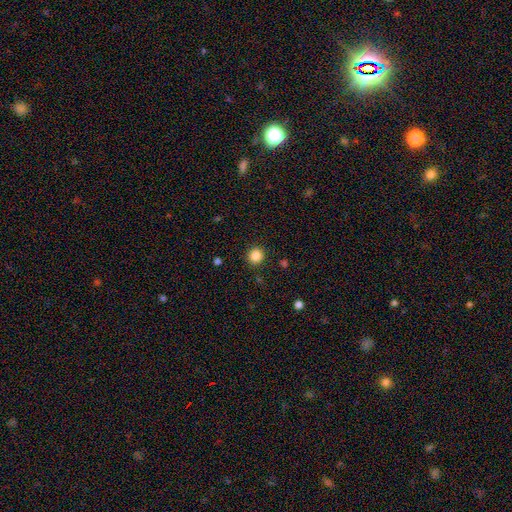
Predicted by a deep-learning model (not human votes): The model was most divided on "smooth or featured": smooth: 85%, star or artifact: 11%, featured or disk: 4%. More confident: how rounded — round (92%); merging — none (91%).